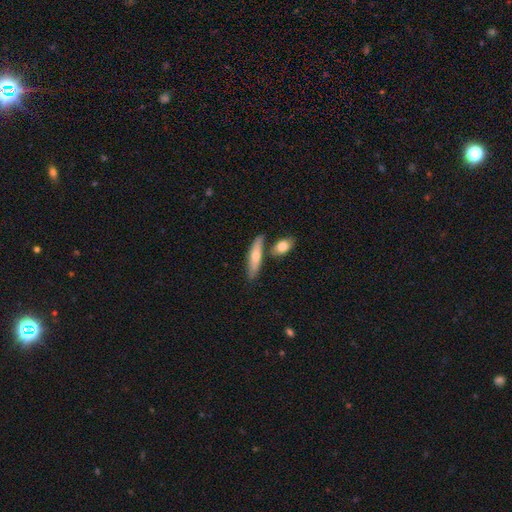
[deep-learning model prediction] A smooth galaxy with no disk features (61%) that is cigar-shaped (68%).

Vote fractions:
- Smooth or featured? smooth: 61% / featured or disk: 34% / star or artifact: 5%
- How rounded? cigar-shaped: 68% / in between: 29% / round: 3%
- Merging? none: 67% / merger: 18% / minor disturbance: 12% / major disturbance: 3%